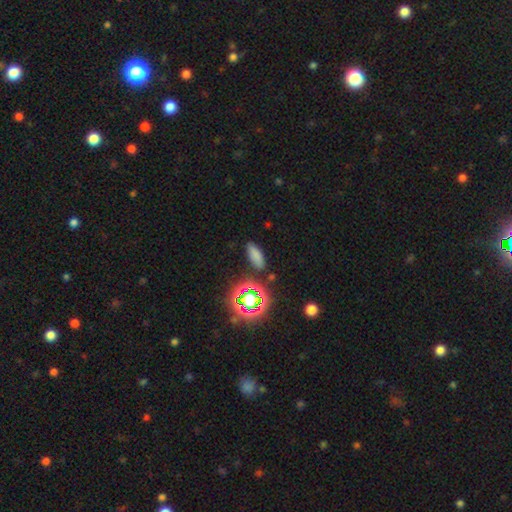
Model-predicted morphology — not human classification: type=smooth (72%); roundness=in between (72%); merging=none (83%).